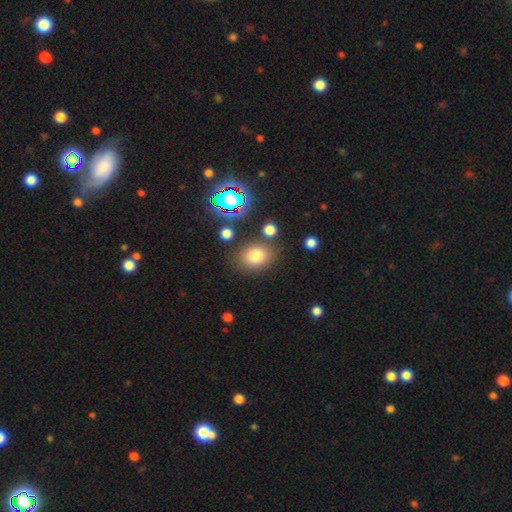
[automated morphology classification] smooth-or-featured: smooth: 77% | star or artifact: 14% | featured or disk: 9%
  how-rounded: in between: 62% | round: 36% | cigar-shaped: 1%
  merging: none: 77% | minor disturbance: 12% | merger: 7% | major disturbance: 4%